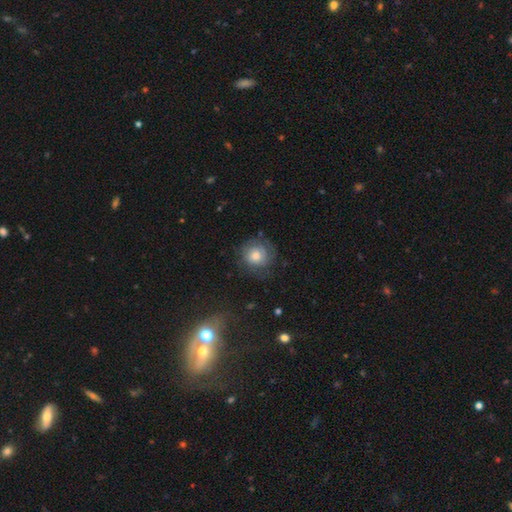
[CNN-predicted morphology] Smooth or featured?
  - smooth: 57% *
  - featured or disk: 33%
  - star or artifact: 10%
How rounded?
  - round: 88% *
  - in between: 11%
  - cigar-shaped: 1%
Merging?
  - none: 69% *
  - minor disturbance: 19%
  - major disturbance: 10%
  - merger: 2%